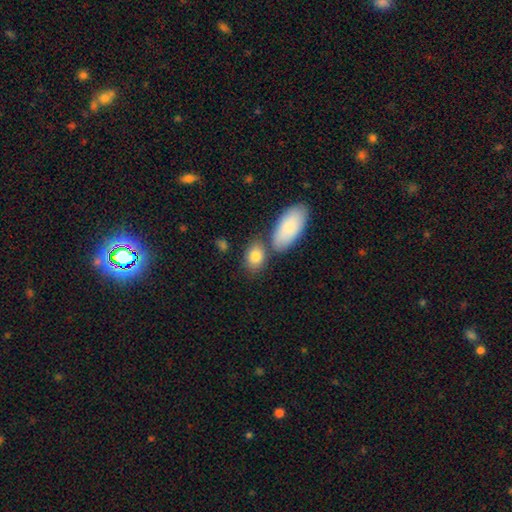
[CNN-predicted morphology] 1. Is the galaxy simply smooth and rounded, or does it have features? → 84% smooth, 9% featured or disk, 7% star or artifact.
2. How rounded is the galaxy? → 80% in between, 18% round, 3% cigar-shaped.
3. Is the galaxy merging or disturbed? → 60% none, 23% merger, 13% minor disturbance, 4% major disturbance.